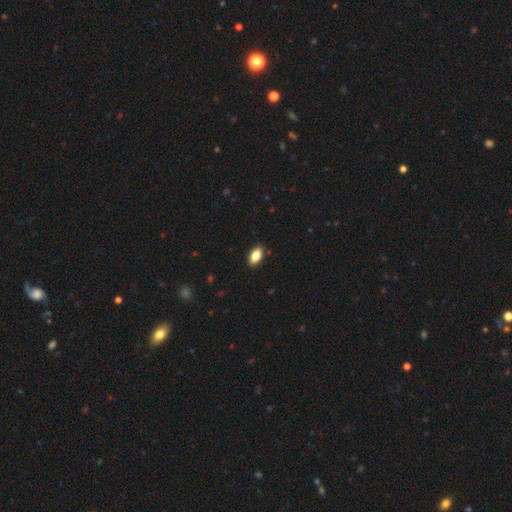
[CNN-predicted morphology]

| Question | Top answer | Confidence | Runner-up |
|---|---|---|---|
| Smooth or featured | smooth | 86% | star or artifact (8%) |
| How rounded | in between | 92% | round (4%) |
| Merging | none | 89% | minor disturbance (8%) |